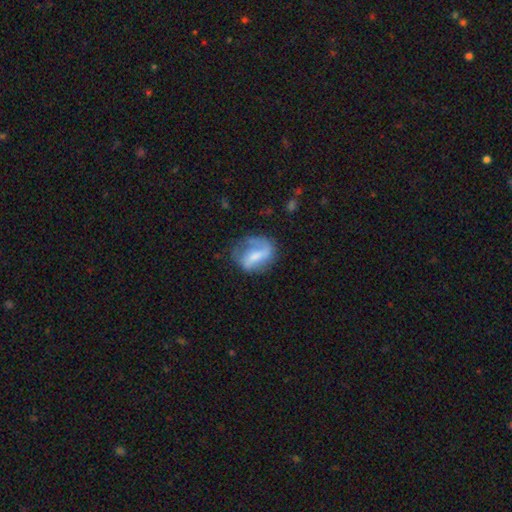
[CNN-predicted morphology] A featured or disk galaxy (60%) with a strong bar (41%), spiral arms (69%) and a small central bulge (36%).

Vote fractions:
- Smooth or featured? featured or disk: 60% / smooth: 33% / star or artifact: 8%
- Edge-on disk? no: 95% / yes: 5%
- Bar? strong: 41% / weak: 37% / no: 22%
- Spiral arms? yes: 69% / no: 31%
- Bulge size? small: 36% / moderate: 34% / none: 21% / large: 7% / dominant: 2%
- Merging? none: 55% / minor disturbance: 24% / major disturbance: 18% / merger: 3%